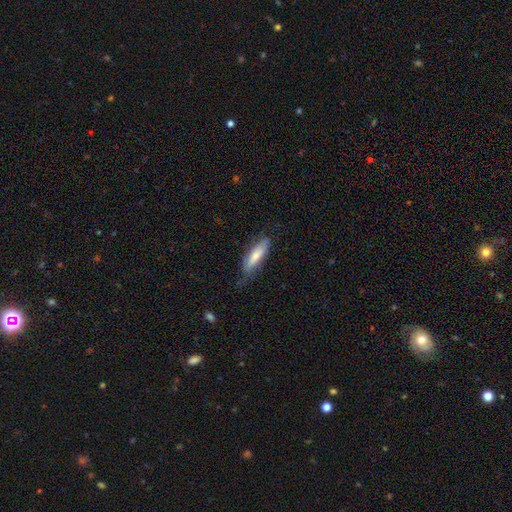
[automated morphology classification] The model was most divided on "how rounded": cigar-shaped: 58%, in between: 40%, round: 2%. More confident: smooth or featured — smooth (71%); merging — none (64%).